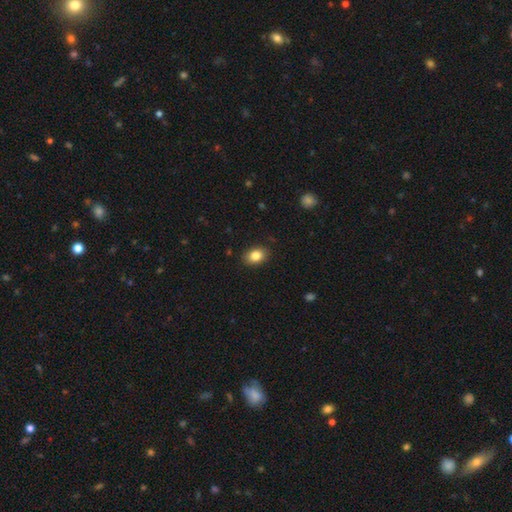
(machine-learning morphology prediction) Smooth or featured?
  - smooth: 84% *
  - star or artifact: 9%
  - featured or disk: 7%
How rounded?
  - in between: 73% *
  - round: 26%
  - cigar-shaped: 1%
Merging?
  - none: 88% *
  - minor disturbance: 9%
  - major disturbance: 2%
  - merger: 1%